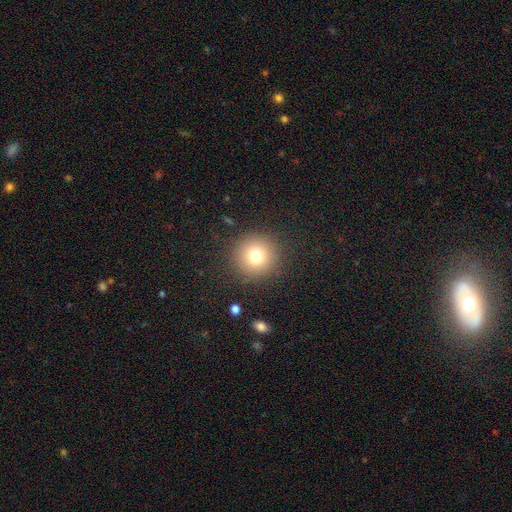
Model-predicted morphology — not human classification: Smooth or featured: smooth — 75% (star or artifact — 14%)
How rounded: round — 95% (in between — 4%)
Merging: none — 90% (minor disturbance — 6%)